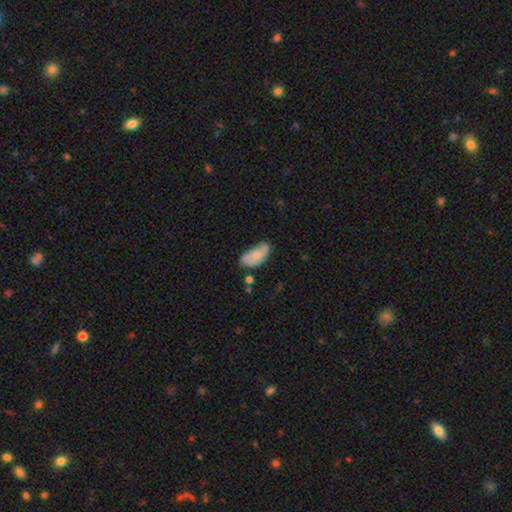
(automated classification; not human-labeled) Smooth or featured? Predicted: smooth (p=0.74). How rounded? Predicted: in between (p=0.92). Merging? Predicted: none (p=0.44).